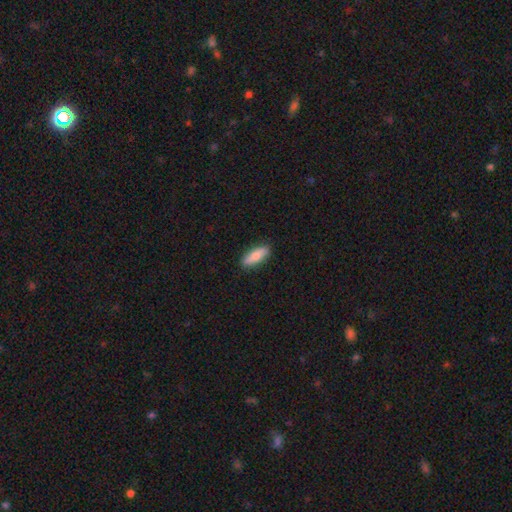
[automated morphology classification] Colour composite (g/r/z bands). It shows a smooth galaxy with no disk features (76%) that is in between round and cigar-shaped (67%). Merging: none (88%).